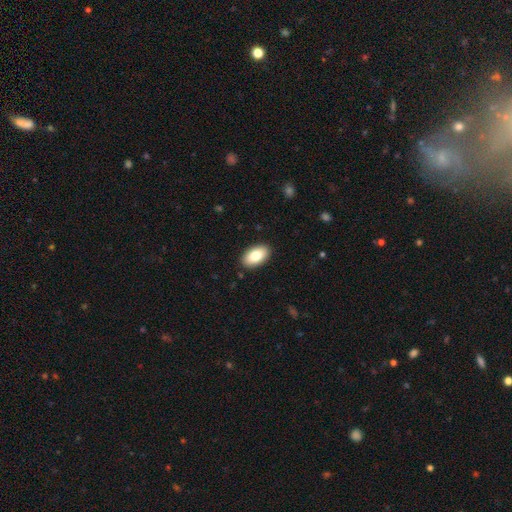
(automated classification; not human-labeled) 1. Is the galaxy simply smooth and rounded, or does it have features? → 82% smooth, 12% featured or disk, 6% star or artifact.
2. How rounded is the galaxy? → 95% in between, 4% round, 2% cigar-shaped.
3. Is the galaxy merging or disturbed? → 89% none, 8% minor disturbance, 2% major disturbance, 1% merger.